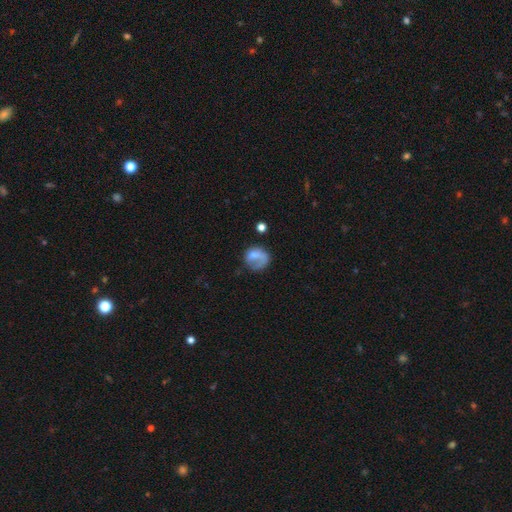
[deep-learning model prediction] Smooth or featured? smooth (52%)
How rounded? round (66%)
Merging? none (37%)